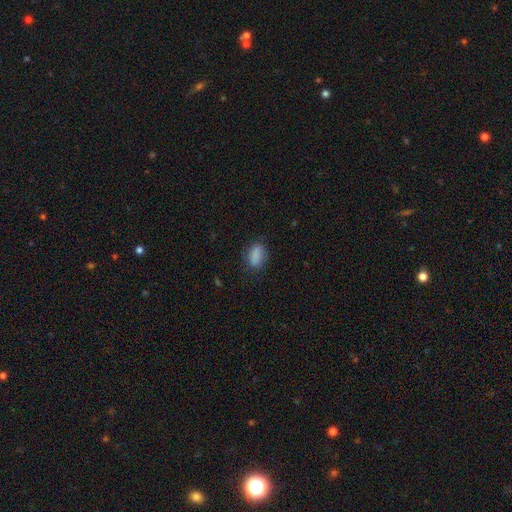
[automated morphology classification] type=smooth (86%); roundness=in between (84%); merging=none (77%).